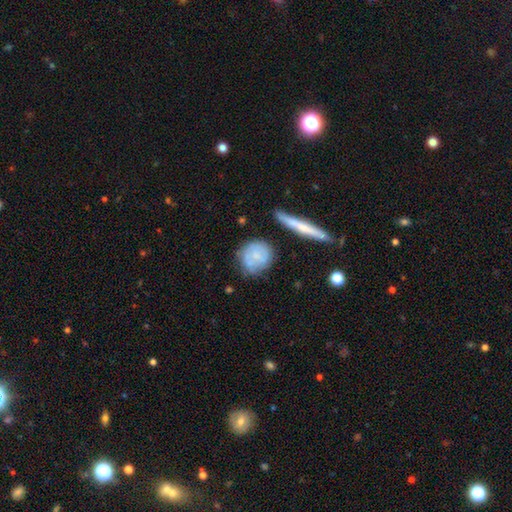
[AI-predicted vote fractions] A smooth galaxy with no disk features (60%) that is round (80%).

Vote fractions:
- Smooth or featured? smooth: 60% / featured or disk: 33% / star or artifact: 7%
- How rounded? round: 80% / in between: 18% / cigar-shaped: 3%
- Merging? none: 64% / minor disturbance: 22% / major disturbance: 8% / merger: 7%